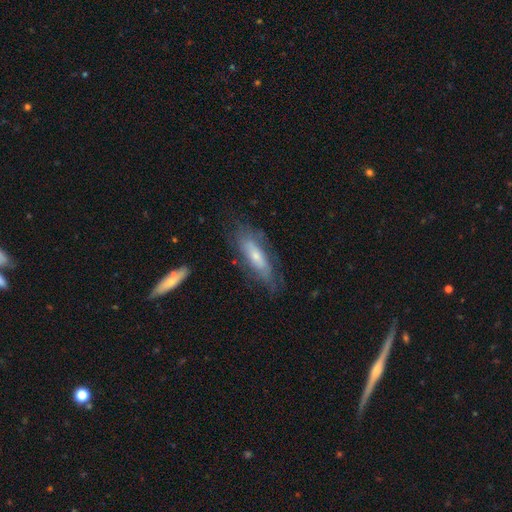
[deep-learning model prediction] A featured or disk galaxy (51%).

Vote fractions:
- Smooth or featured? featured or disk: 51% / smooth: 41% / star or artifact: 8%
- Edge-on disk? no: 62% / yes: 38%
- Merging? none: 69% / minor disturbance: 21% / major disturbance: 8% / merger: 2%